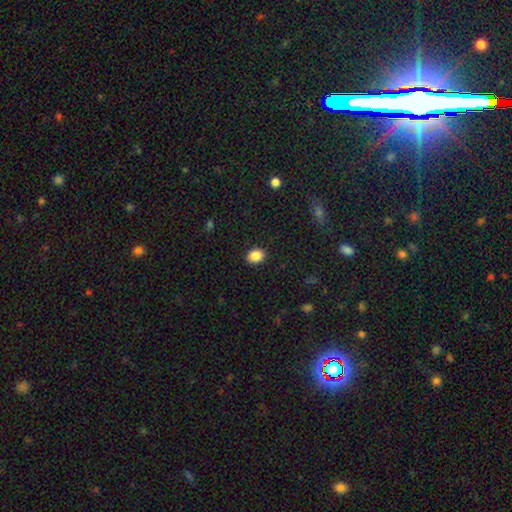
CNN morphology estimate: Q: Smooth or featured?
A: smooth (87%); runner-up: star or artifact (9%)
Q: How rounded?
A: in between (59%); runner-up: round (41%)
Q: Merging?
A: none (90%); runner-up: minor disturbance (7%)